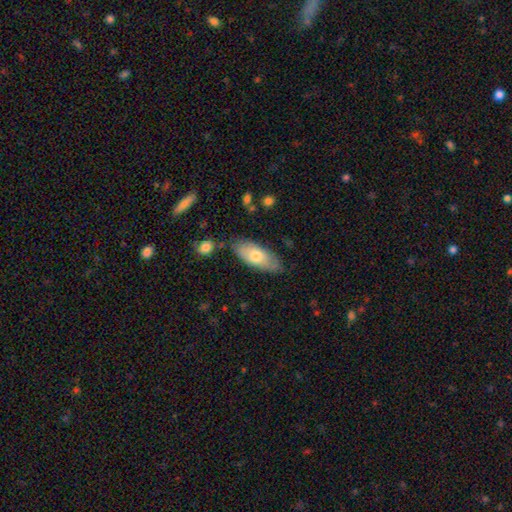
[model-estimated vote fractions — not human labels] A smooth galaxy with no disk features (69%) that is in between round and cigar-shaped (82%). Merging: none (75%).